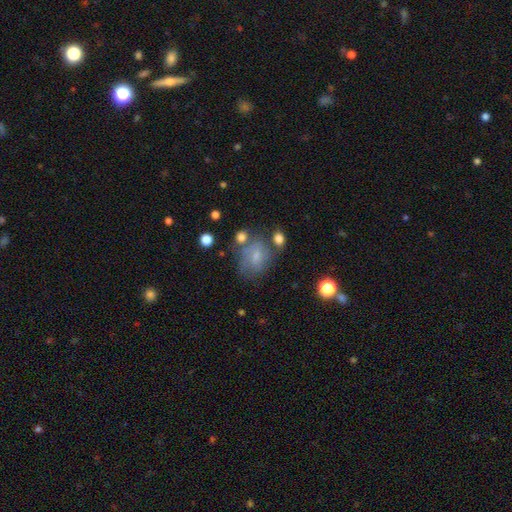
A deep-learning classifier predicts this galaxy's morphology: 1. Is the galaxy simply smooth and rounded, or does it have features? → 56% smooth, 33% featured or disk, 12% star or artifact.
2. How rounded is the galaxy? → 56% in between, 43% round, 1% cigar-shaped.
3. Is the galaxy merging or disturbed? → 48% none, 24% minor disturbance, 17% major disturbance, 11% merger.